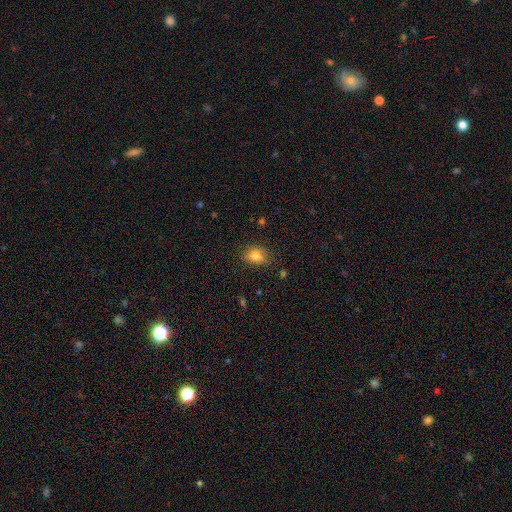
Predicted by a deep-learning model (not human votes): Smooth or featured? smooth (81%)
How rounded? in between (65%)
Merging? none (81%)